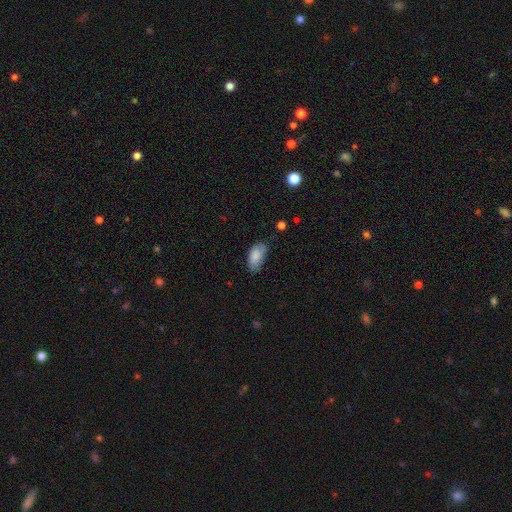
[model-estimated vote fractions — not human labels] Overall: smooth (85%). How rounded: in between (93%). Merging: none (65%; minor disturbance 27%).